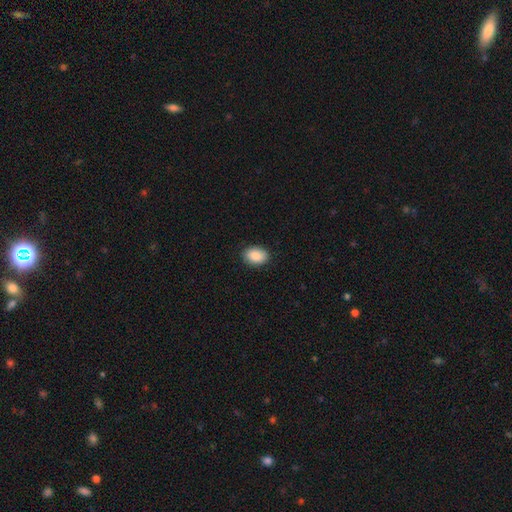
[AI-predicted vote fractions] Smooth or featured? smooth (89%)
How rounded? in between (82%)
Merging? none (89%)